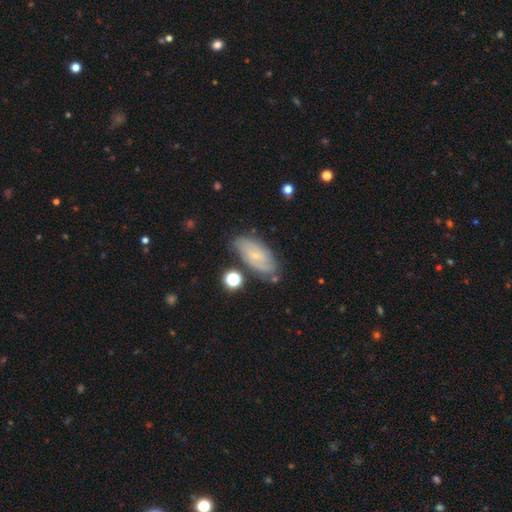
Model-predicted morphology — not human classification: A featured or disk galaxy (68%) with no bar (57%), 2 (56%) tight (50%) spiral arms (90%) and a small central bulge (79%). Merging: none (71%).